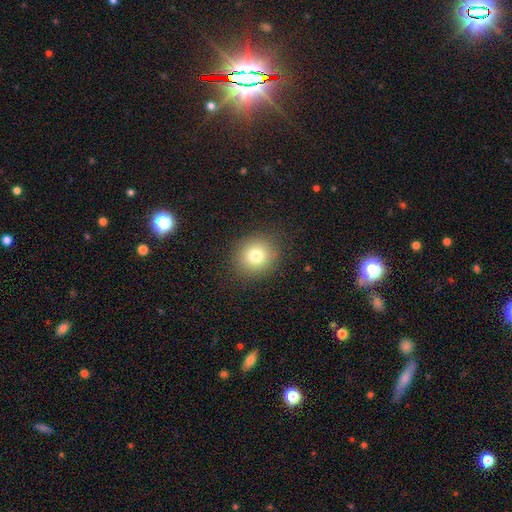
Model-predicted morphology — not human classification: Smooth or featured?
  - smooth: 78% *
  - star or artifact: 12%
  - featured or disk: 10%
How rounded?
  - round: 84% *
  - in between: 15%
  - cigar-shaped: 1%
Merging?
  - none: 88% *
  - minor disturbance: 8%
  - major disturbance: 3%
  - merger: 1%